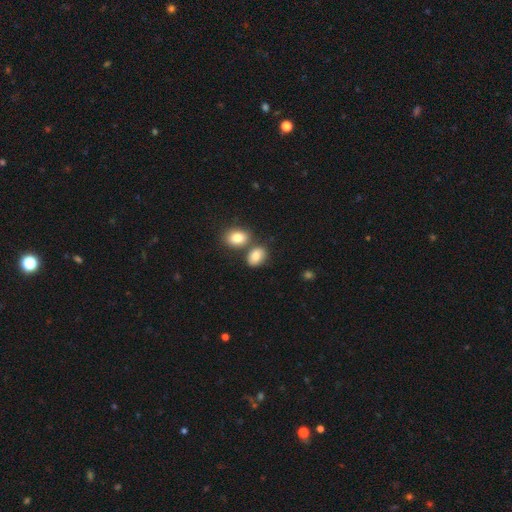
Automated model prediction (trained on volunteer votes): Q: Smooth or featured?
A: smooth (83%); runner-up: star or artifact (9%)
Q: How rounded?
A: in between (76%); runner-up: round (23%)
Q: Merging?
A: none (58%); runner-up: merger (25%)